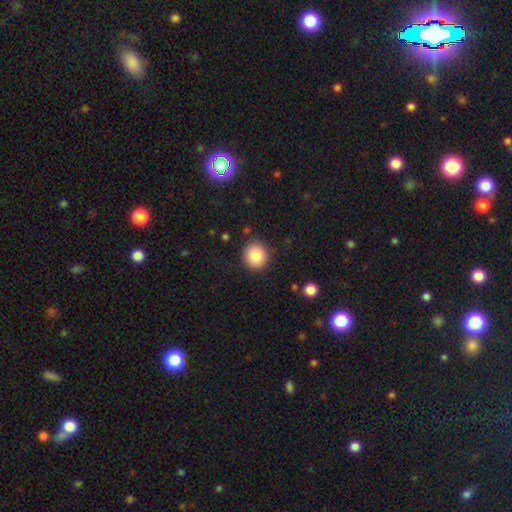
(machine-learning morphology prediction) smooth_or_featured: smooth (p=0.85) [alt: star or artifact p=0.09]
how_rounded: round (p=0.86) [alt: in between p=0.13]
merging: none (p=0.88) [alt: minor disturbance p=0.08]